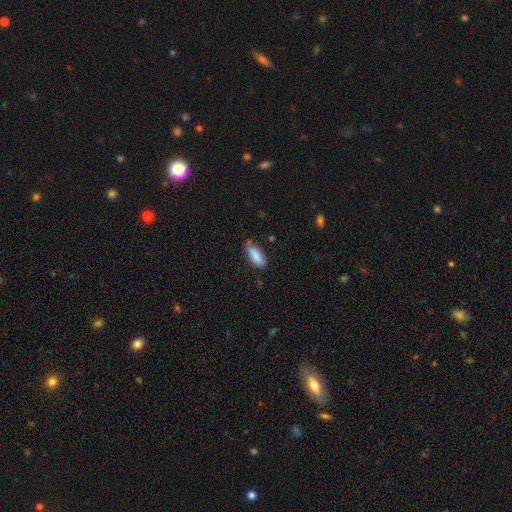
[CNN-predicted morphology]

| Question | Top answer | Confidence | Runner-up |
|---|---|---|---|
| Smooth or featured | smooth | 86% | featured or disk (8%) |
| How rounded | in between | 67% | cigar-shaped (31%) |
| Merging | none | 70% | minor disturbance (23%) |